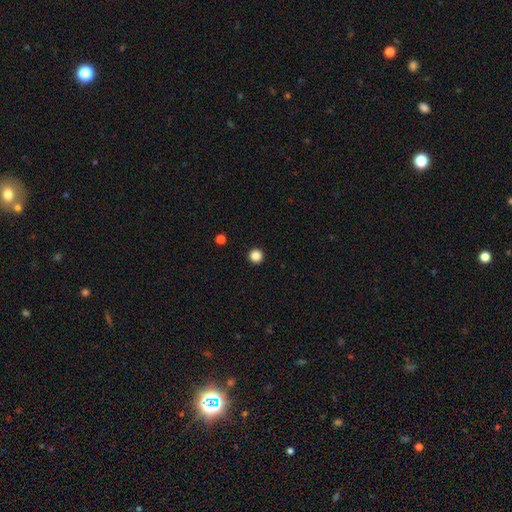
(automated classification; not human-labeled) Smooth or featured: smooth — 86% (star or artifact — 11%)
How rounded: round — 97% (in between — 2%)
Merging: none — 94% (minor disturbance — 3%)